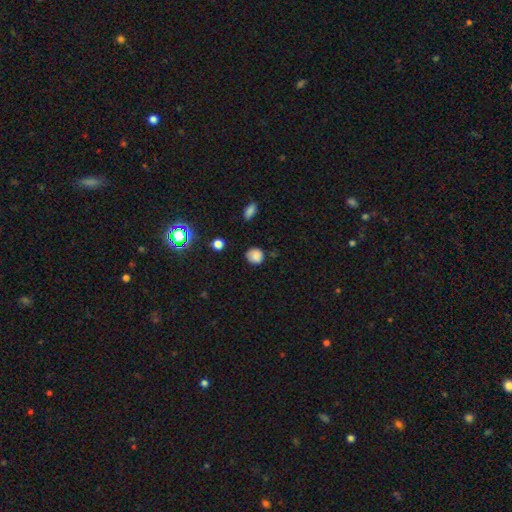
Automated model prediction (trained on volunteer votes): A smooth galaxy with no disk features (82%) that is round (83%).

Vote fractions:
- Smooth or featured? smooth: 82% / star or artifact: 12% / featured or disk: 6%
- How rounded? round: 83% / in between: 16% / cigar-shaped: 1%
- Merging? none: 74% / minor disturbance: 20% / major disturbance: 4% / merger: 2%